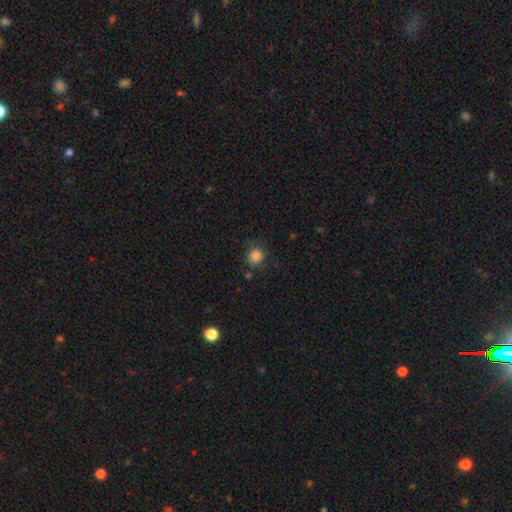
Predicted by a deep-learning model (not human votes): smooth 84%, star or artifact 11%, featured or disk 4%. Down the decision tree: how rounded — round (84%); merging — none (74%).